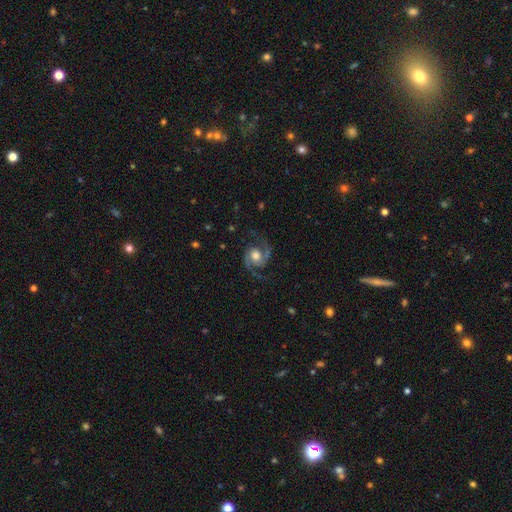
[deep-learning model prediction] smooth_or_featured: featured or disk (p=0.90) [alt: smooth p=0.05]
disk_edge_on: no (p=0.98) [alt: yes p=0.02]
bar: no (p=0.66) [alt: weak p=0.27]
has_spiral_arms: yes (p=0.98) [alt: no p=0.02]
spiral_winding: medium (p=0.60) [alt: loose p=0.23]
spiral_arm_count: 2 (p=0.94) [alt: 3 p=0.02]
bulge_size: moderate (p=0.58) [alt: large p=0.29]
merging: none (p=0.77) [alt: minor disturbance p=0.14]